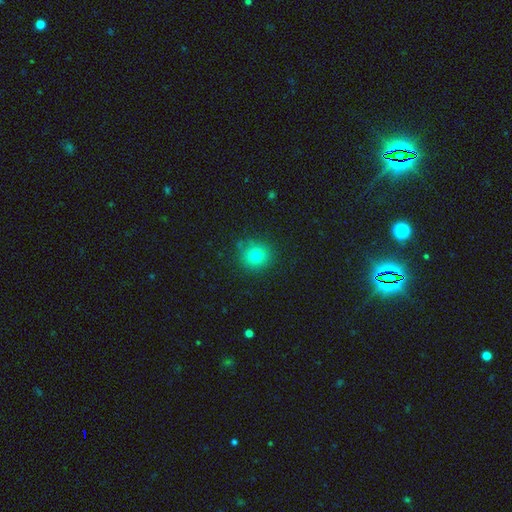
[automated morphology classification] Smooth or featured? Predicted: smooth (p=0.80). How rounded? Predicted: round (p=0.89). Merging? Predicted: none (p=0.84).